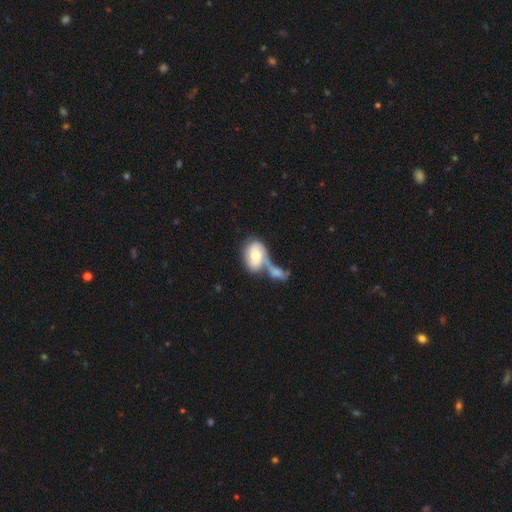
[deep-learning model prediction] A smooth galaxy with no disk features (61%) that is in between round and cigar-shaped (83%).

Vote fractions:
- Smooth or featured? smooth: 61% / featured or disk: 33% / star or artifact: 6%
- How rounded? in between: 83% / round: 15% / cigar-shaped: 2%
- Merging? merger: 62% / none: 17% / major disturbance: 10% / minor disturbance: 10%